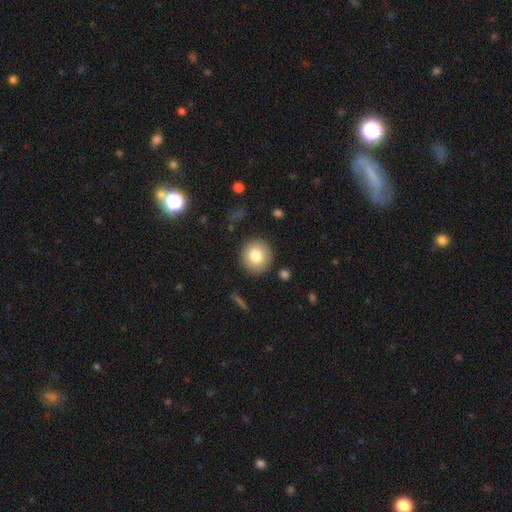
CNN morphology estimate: This appears to be a smooth galaxy with no disk features (80%) that is round (91%). Merging: none (89%).